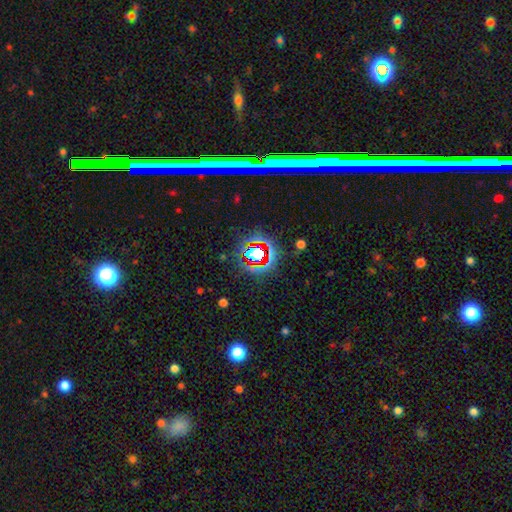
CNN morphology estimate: The model was most divided on "smooth or featured": star or artifact: 69%, smooth: 19%, featured or disk: 12%.